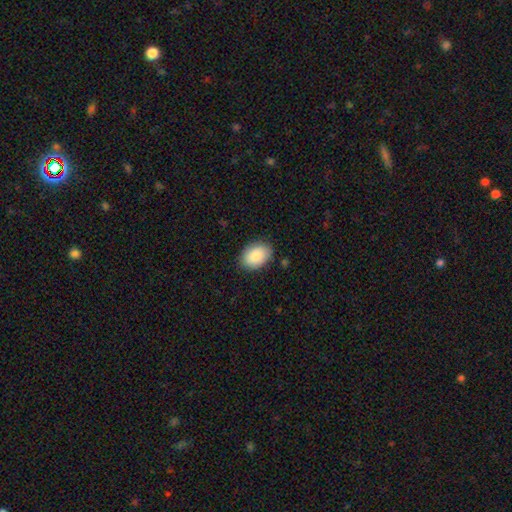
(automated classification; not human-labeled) A smooth galaxy with no disk features (88%) that is in between round and cigar-shaped (83%).

Vote fractions:
- Smooth or featured? smooth: 88% / star or artifact: 6% / featured or disk: 6%
- How rounded? in between: 83% / round: 16% / cigar-shaped: 1%
- Merging? none: 85% / minor disturbance: 12% / major disturbance: 3% / merger: 1%